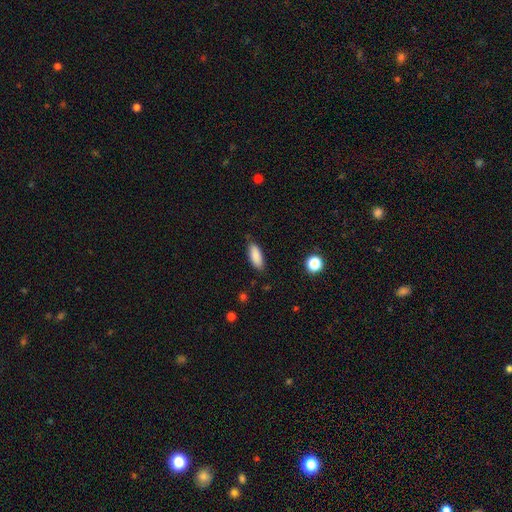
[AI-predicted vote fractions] Smooth or featured? Predicted: smooth (p=0.88). How rounded? Predicted: in between (p=0.77). Merging? Predicted: none (p=0.82).